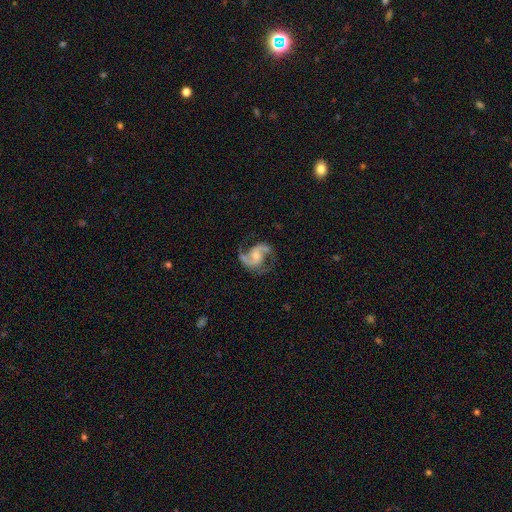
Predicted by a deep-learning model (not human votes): Smooth or featured? featured or disk (90%)
Edge-on disk? no (98%)
Bar? no (52%)
Spiral arms? yes (98%)
Spiral winding? medium (57%)
Spiral arm count? 2 (92%)
Bulge size? small (46%)
Merging? none (72%)